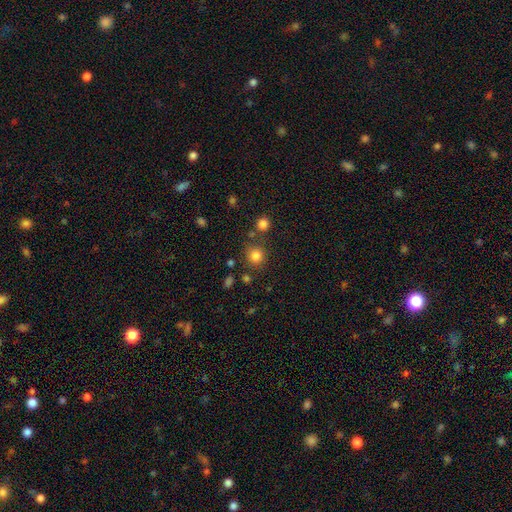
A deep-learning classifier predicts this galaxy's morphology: smooth 82%, star or artifact 13%, featured or disk 5%. Down the decision tree: how rounded — round (90%); merging — none (79%).